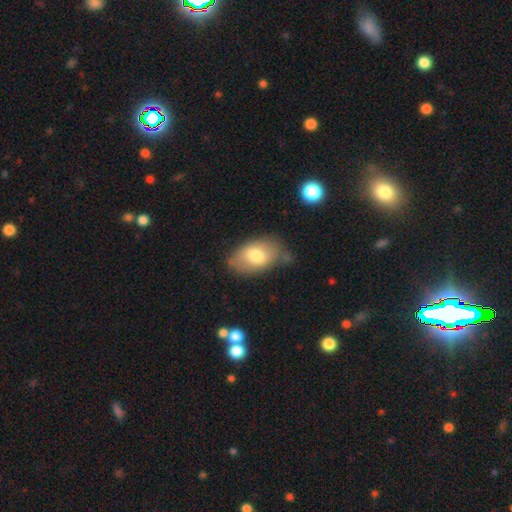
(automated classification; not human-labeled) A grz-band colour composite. It shows a smooth galaxy with no disk features (71%) that is in between round and cigar-shaped (91%). Merging: none (62%).